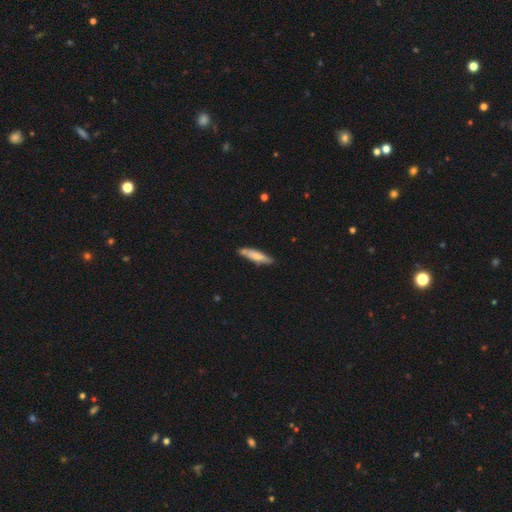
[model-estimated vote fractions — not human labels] smooth 67%, featured or disk 28%, star or artifact 6%. Down the decision tree: how rounded — cigar-shaped (77%); merging — none (74%).